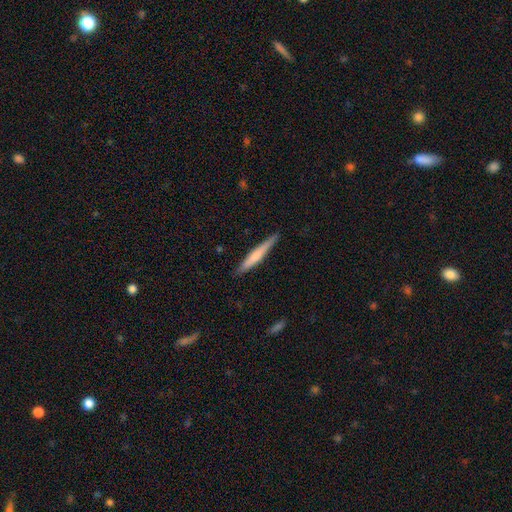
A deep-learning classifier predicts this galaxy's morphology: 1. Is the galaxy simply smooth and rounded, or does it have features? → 61% smooth, 34% featured or disk, 5% star or artifact.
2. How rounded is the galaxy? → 95% cigar-shaped, 4% in between, 1% round.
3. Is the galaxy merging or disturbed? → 87% none, 10% minor disturbance, 2% major disturbance, 1% merger.